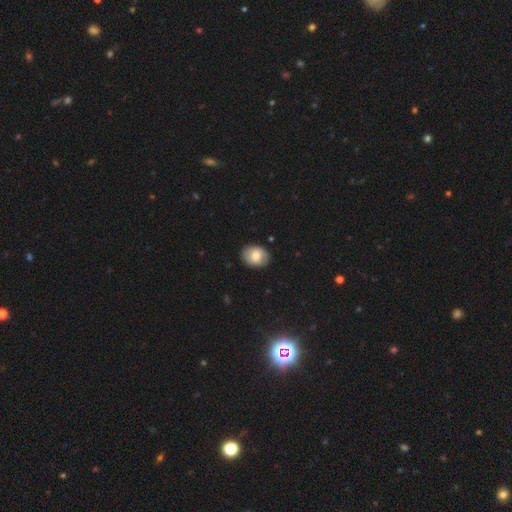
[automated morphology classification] smooth_or_featured: smooth (p=0.75) [alt: featured or disk p=0.17]
how_rounded: in between (p=0.62) [alt: round p=0.37]
merging: none (p=0.87) [alt: minor disturbance p=0.10]